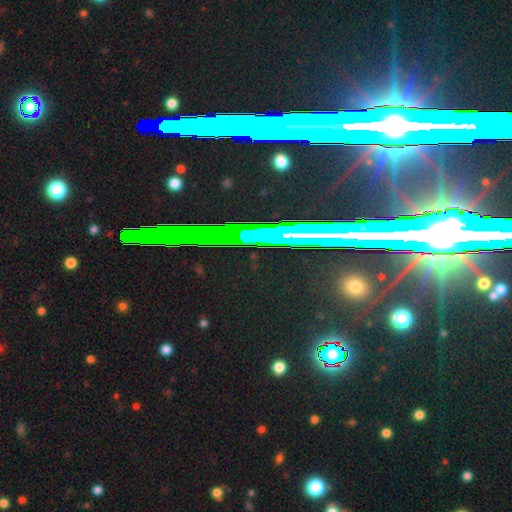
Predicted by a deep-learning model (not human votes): This is likely a star or artifact rather than a galaxy (80%).